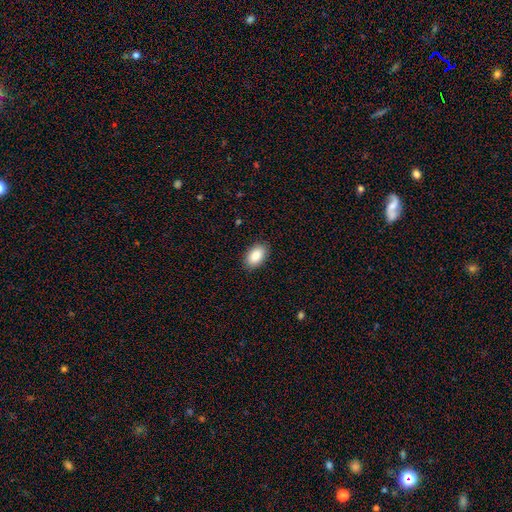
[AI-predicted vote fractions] smooth_or_featured: smooth (p=0.90) [alt: star or artifact p=0.07]
how_rounded: in between (p=0.93) [alt: round p=0.06]
merging: none (p=0.88) [alt: minor disturbance p=0.09]